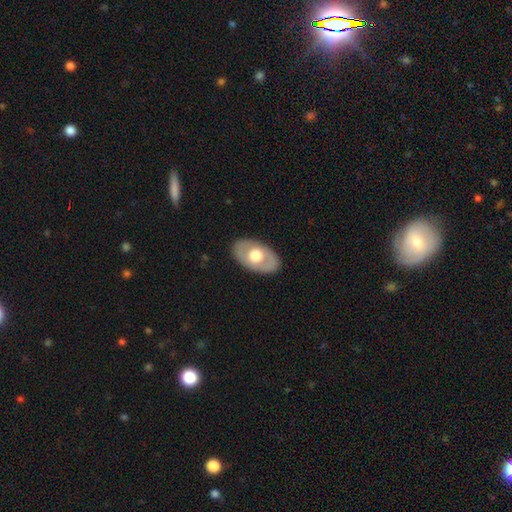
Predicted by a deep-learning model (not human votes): Smooth or featured?
  - smooth: 51% *
  - featured or disk: 44%
  - star or artifact: 5%
How rounded?
  - in between: 89% *
  - round: 10%
  - cigar-shaped: 1%
Merging?
  - none: 85% *
  - minor disturbance: 11%
  - major disturbance: 3%
  - merger: 1%